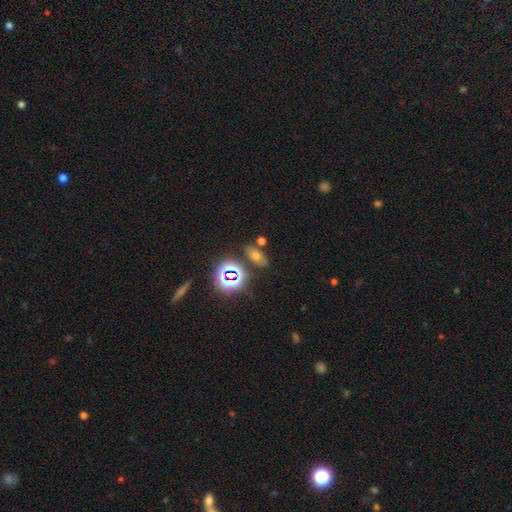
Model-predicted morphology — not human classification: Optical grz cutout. It shows a smooth galaxy with no disk features (45%). Merging: none (75%).